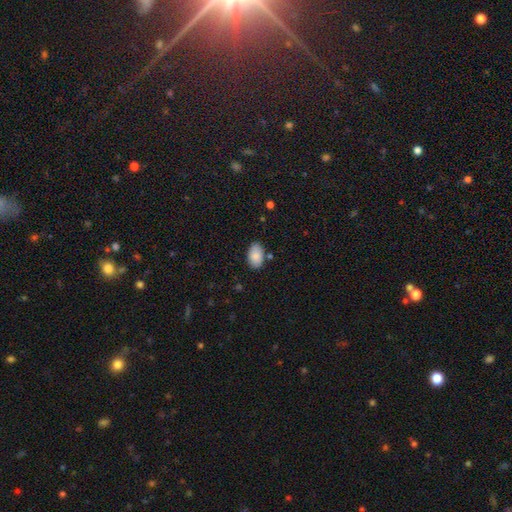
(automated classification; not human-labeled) Smooth or featured? smooth (86%)
How rounded? in between (93%)
Merging? none (81%)